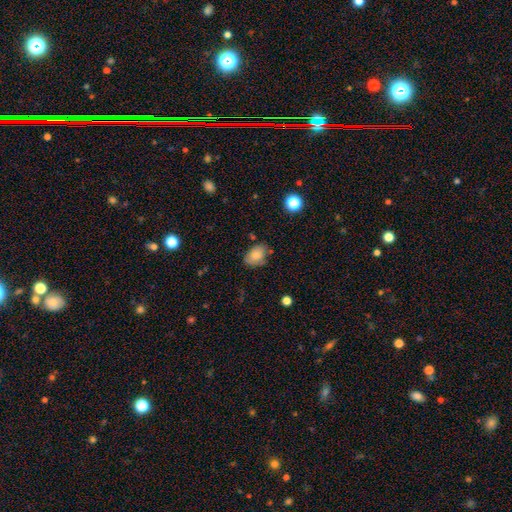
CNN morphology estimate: Smooth or featured?
  - smooth: 79% *
  - featured or disk: 12%
  - star or artifact: 9%
How rounded?
  - in between: 81% *
  - round: 17%
  - cigar-shaped: 1%
Merging?
  - none: 71% *
  - minor disturbance: 21%
  - major disturbance: 4%
  - merger: 3%